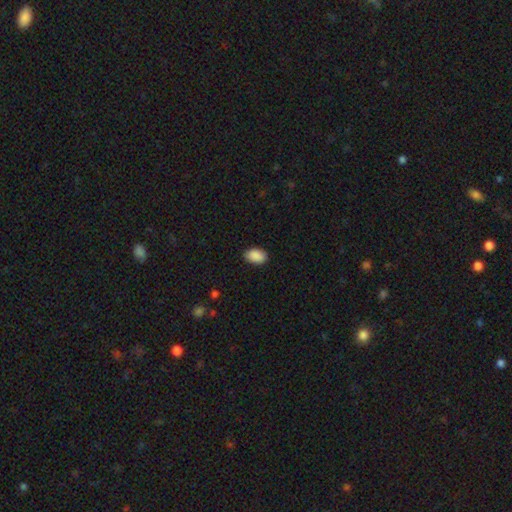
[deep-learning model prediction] smooth_or_featured: smooth (p=0.91) [alt: star or artifact p=0.07]
how_rounded: in between (p=0.92) [alt: round p=0.07]
merging: none (p=0.89) [alt: minor disturbance p=0.09]